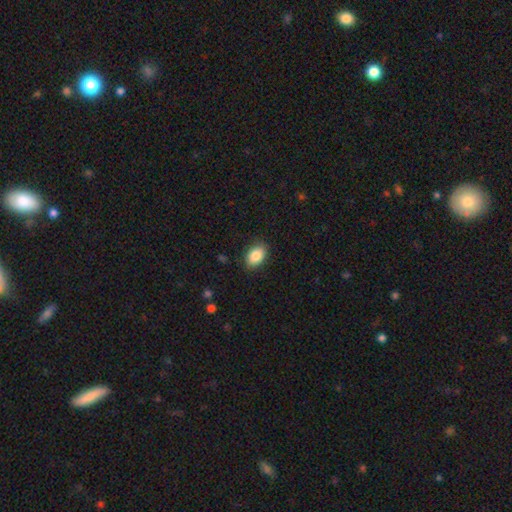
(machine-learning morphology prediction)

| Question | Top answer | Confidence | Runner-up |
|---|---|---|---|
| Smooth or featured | smooth | 86% | star or artifact (7%) |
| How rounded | in between | 86% | round (12%) |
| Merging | none | 86% | minor disturbance (10%) |